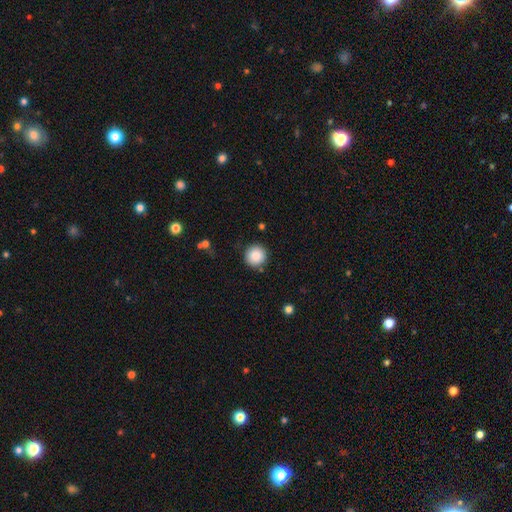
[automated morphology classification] smooth-or-featured: smooth: 87% | star or artifact: 9% | featured or disk: 4%
  how-rounded: round: 95% | in between: 4% | cigar-shaped: 1%
  merging: none: 88% | minor disturbance: 7% | major disturbance: 2% | merger: 2%